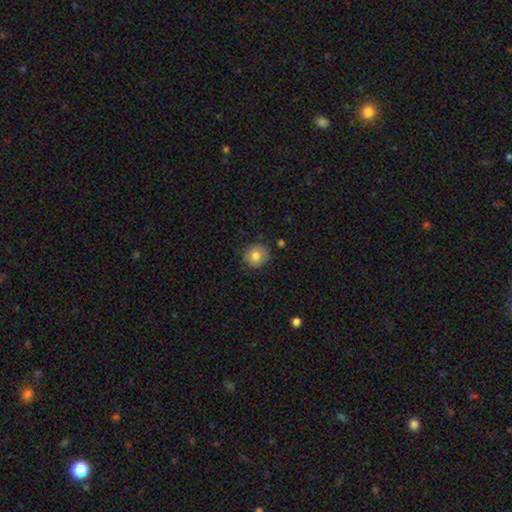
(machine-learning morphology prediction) Smooth or featured? Predicted: smooth (p=0.81). How rounded? Predicted: round (p=0.89). Merging? Predicted: none (p=0.85).